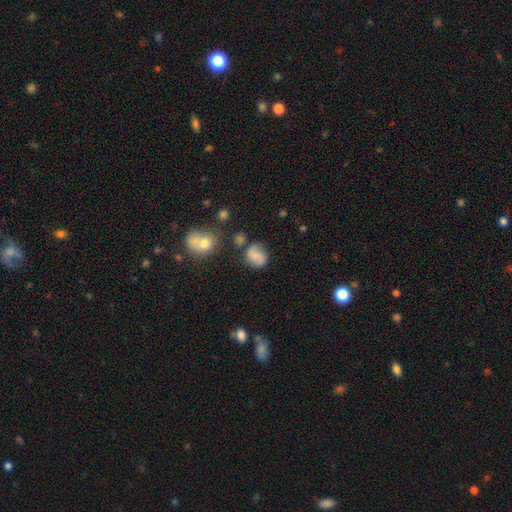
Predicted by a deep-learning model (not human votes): Smooth or featured: smooth — 60% (featured or disk — 29%)
How rounded: round — 54% (in between — 45%)
Merging: none — 65% (minor disturbance — 20%)